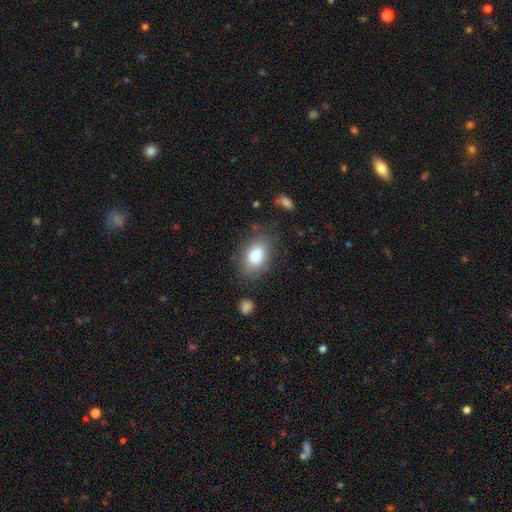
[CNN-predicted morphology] Smooth or featured?
  - smooth: 85% *
  - star or artifact: 8%
  - featured or disk: 7%
How rounded?
  - in between: 81% *
  - round: 17%
  - cigar-shaped: 1%
Merging?
  - none: 72% *
  - minor disturbance: 17%
  - major disturbance: 7%
  - merger: 4%